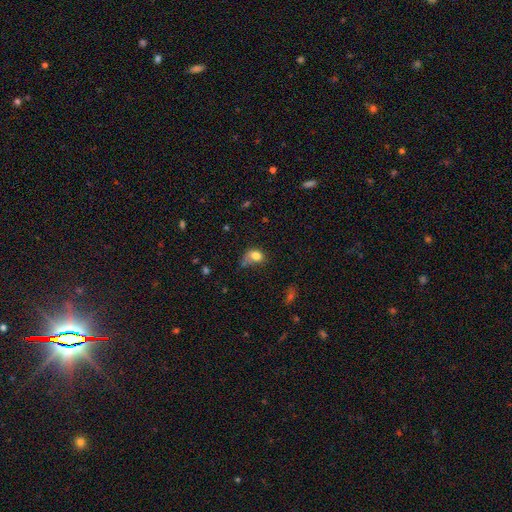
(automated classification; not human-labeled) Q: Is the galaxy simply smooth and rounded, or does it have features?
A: smooth — 78%.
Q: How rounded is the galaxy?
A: in between — 56%.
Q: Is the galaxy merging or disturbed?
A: none — 35%.